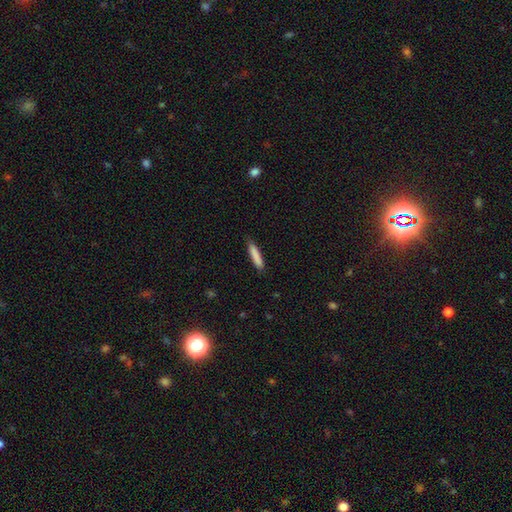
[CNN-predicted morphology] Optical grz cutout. It shows a smooth galaxy with no disk features (86%) that is cigar-shaped (87%). Merging: none (85%).